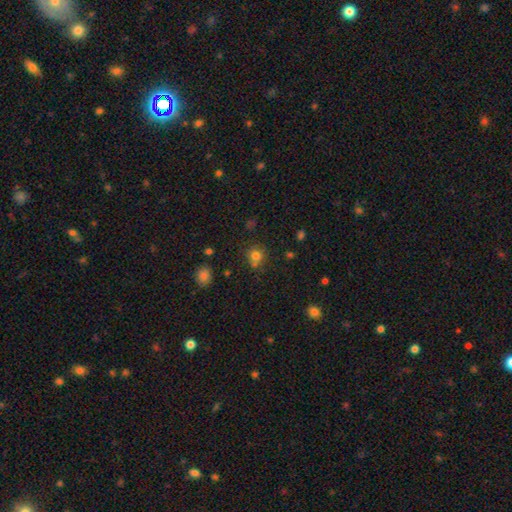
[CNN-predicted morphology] smooth 76%, star or artifact 16%, featured or disk 8%. Down the decision tree: how rounded — round (85%); merging — none (63%).